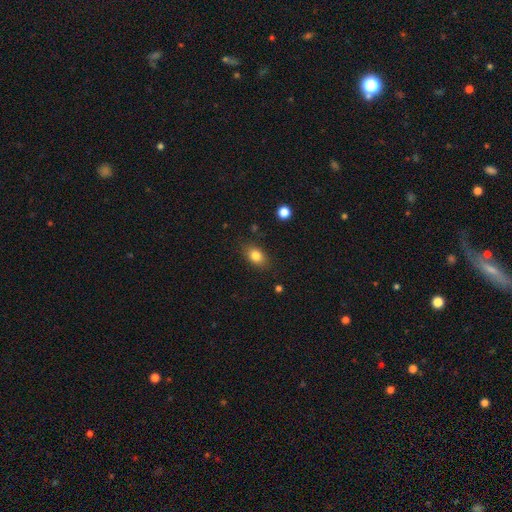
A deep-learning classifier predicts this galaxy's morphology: Smooth or featured: smooth — 83% (star or artifact — 9%)
How rounded: in between — 78% (round — 20%)
Merging: none — 83% (minor disturbance — 13%)